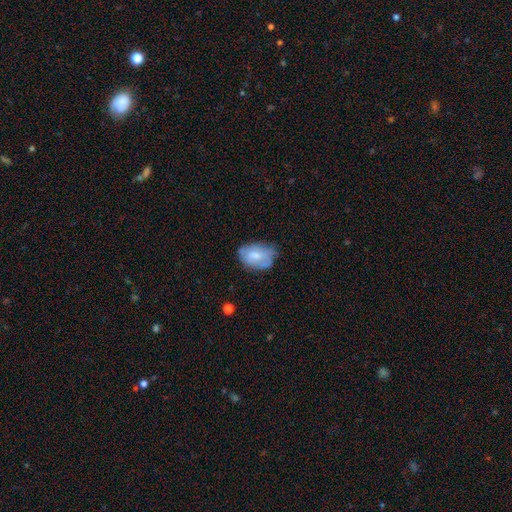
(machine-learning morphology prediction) Q: Smooth or featured?
A: smooth (60%); runner-up: featured or disk (33%)
Q: How rounded?
A: in between (85%); runner-up: round (14%)
Q: Merging?
A: none (54%); runner-up: minor disturbance (34%)